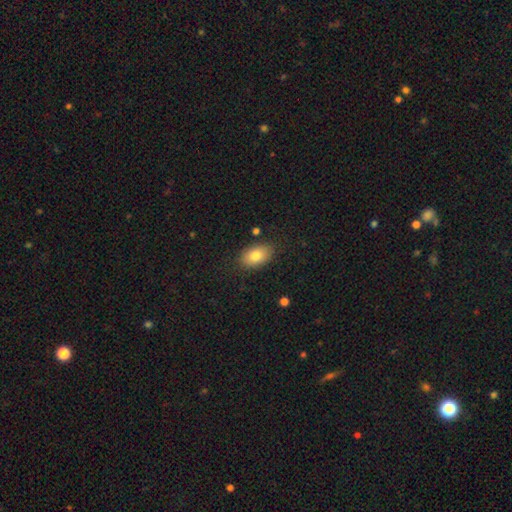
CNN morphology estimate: smooth 81%, featured or disk 11%, star or artifact 8%. Down the decision tree: how rounded — in between (88%); merging — none (84%).